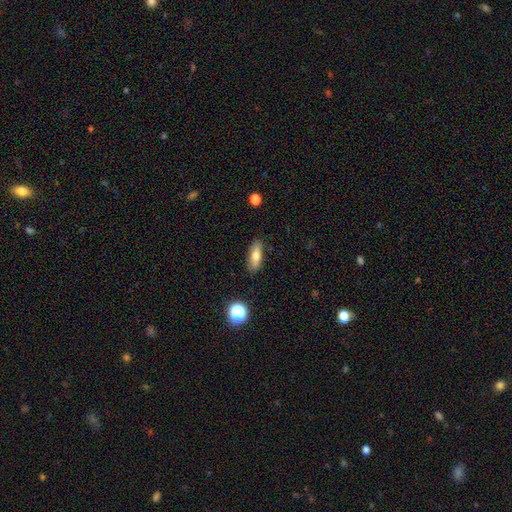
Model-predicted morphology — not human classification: Overall: smooth (73%). How rounded: in between (59%; cigar-shaped 37%). Merging: none (86%).